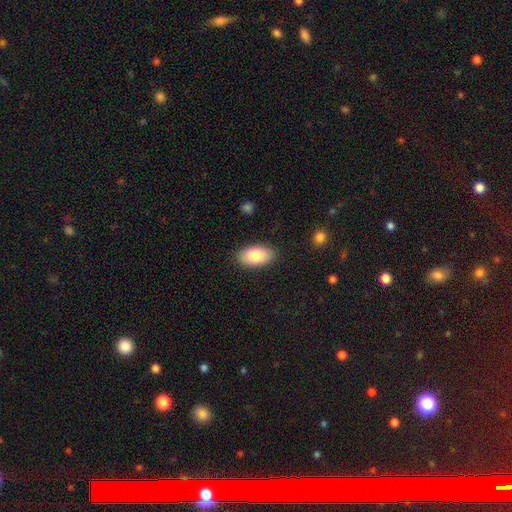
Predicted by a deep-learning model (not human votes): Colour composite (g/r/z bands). It shows a smooth galaxy with no disk features (83%) that is in between round and cigar-shaped (95%). Merging: none (88%).